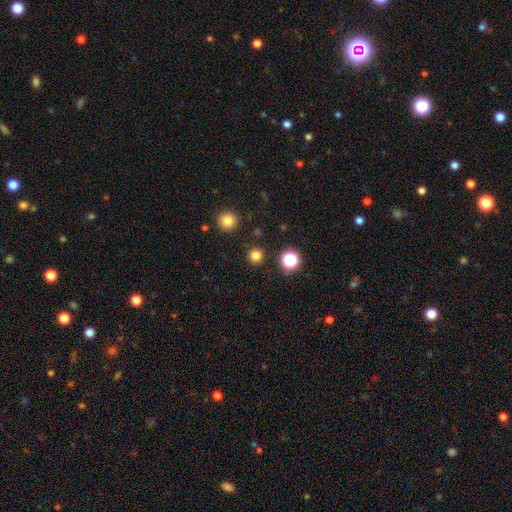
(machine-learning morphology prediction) Smooth or featured: smooth — 79% (star or artifact — 17%)
How rounded: round — 95% (in between — 4%)
Merging: none — 90% (minor disturbance — 5%)